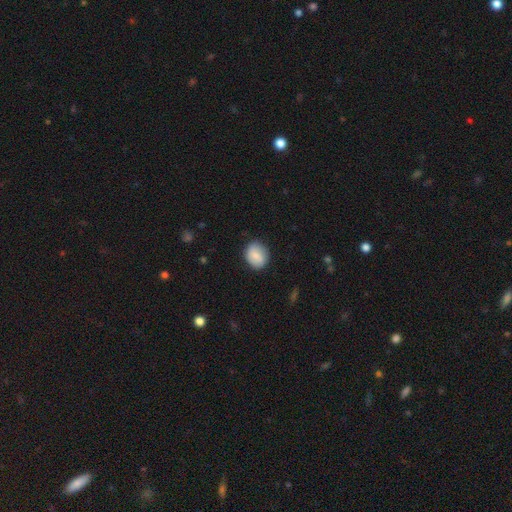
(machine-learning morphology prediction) Smooth or featured? Predicted: smooth (p=0.80). How rounded? Predicted: round (p=0.53). Merging? Predicted: none (p=0.83).